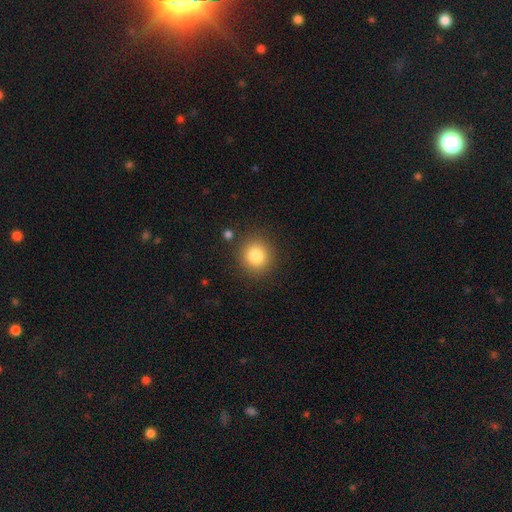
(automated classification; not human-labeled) smooth 82%, star or artifact 11%, featured or disk 7%. Down the decision tree: how rounded — round (91%); merging — none (87%).